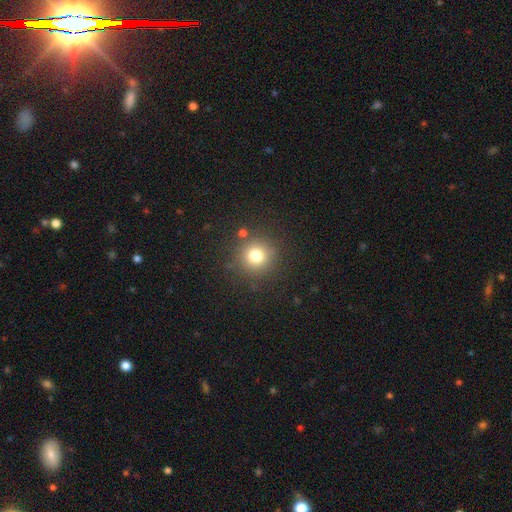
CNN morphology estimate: Overall: smooth (76%). How rounded: round (94%). Merging: none (86%).